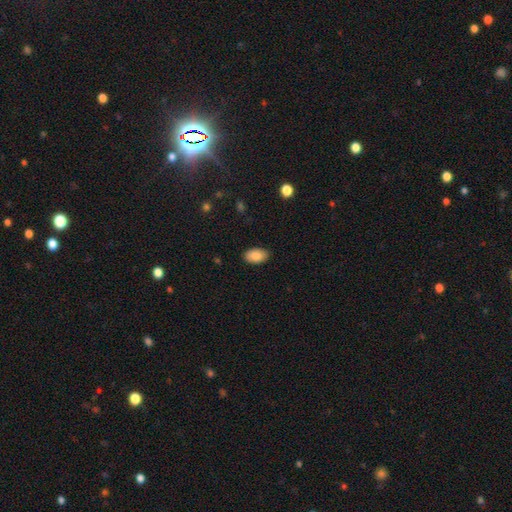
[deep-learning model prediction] Smooth or featured? smooth (87%)
How rounded? in between (92%)
Merging? none (87%)